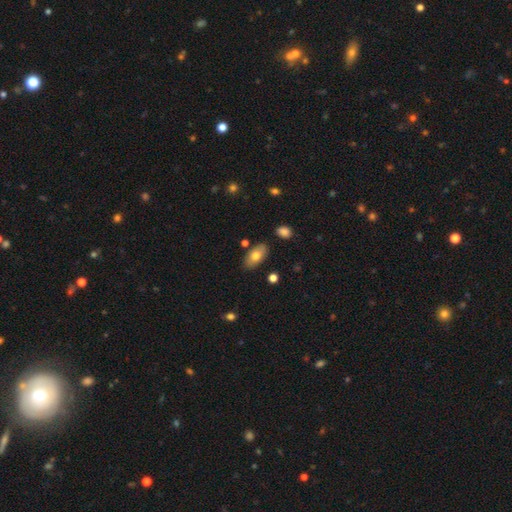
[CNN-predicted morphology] The model was most divided on "smooth or featured": smooth: 74%, featured or disk: 19%, star or artifact: 7%. More confident: how rounded — in between (93%); merging — none (83%).